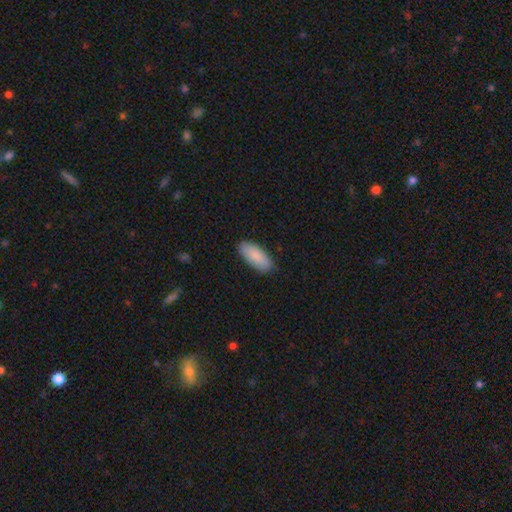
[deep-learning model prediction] Smooth or featured?
  - smooth: 88% *
  - featured or disk: 7%
  - star or artifact: 5%
How rounded?
  - in between: 86% *
  - cigar-shaped: 12%
  - round: 2%
Merging?
  - none: 86% *
  - minor disturbance: 11%
  - major disturbance: 2%
  - merger: 1%